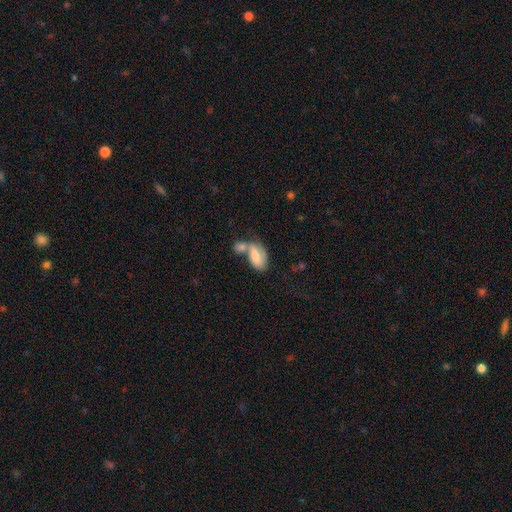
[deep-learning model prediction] Morphology: type=smooth (71%); roundness=in between (91%); merging=merger (59%).